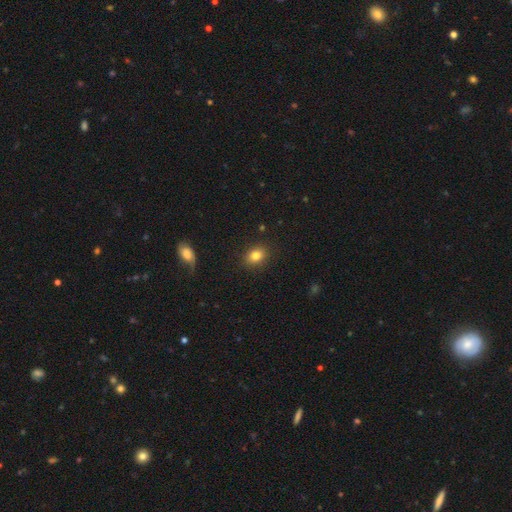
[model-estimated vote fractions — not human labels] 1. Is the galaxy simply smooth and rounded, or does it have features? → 83% smooth, 10% star or artifact, 7% featured or disk.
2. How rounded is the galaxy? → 62% in between, 37% round, 1% cigar-shaped.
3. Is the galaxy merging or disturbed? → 87% none, 9% minor disturbance, 2% major disturbance, 1% merger.